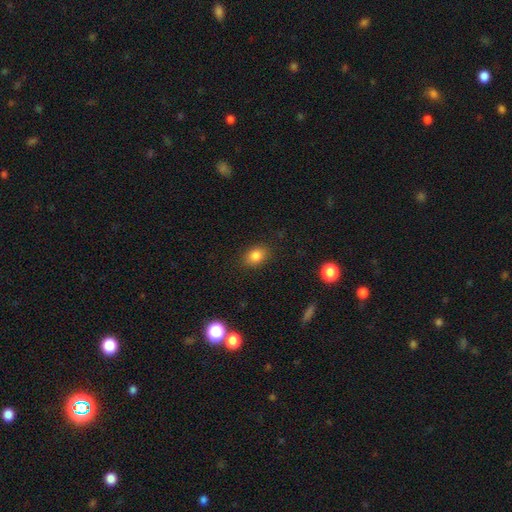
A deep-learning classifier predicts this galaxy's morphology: A smooth galaxy with no disk features (83%) that is in between round and cigar-shaped (66%). Merging: none (86%).